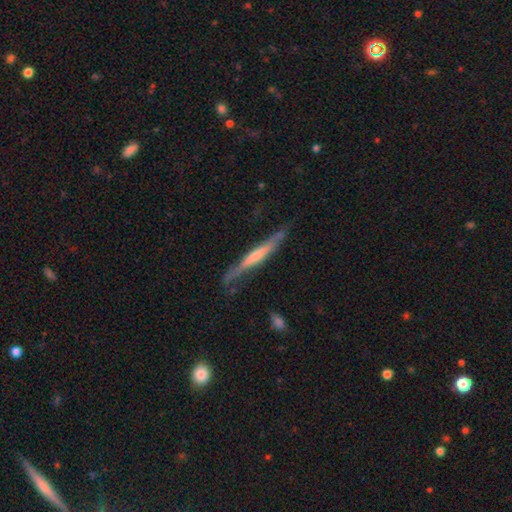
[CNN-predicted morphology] type=featured or disk (61%); edge-on=yes (92%); edge-on bulge=none (45%); merging=none (70%).